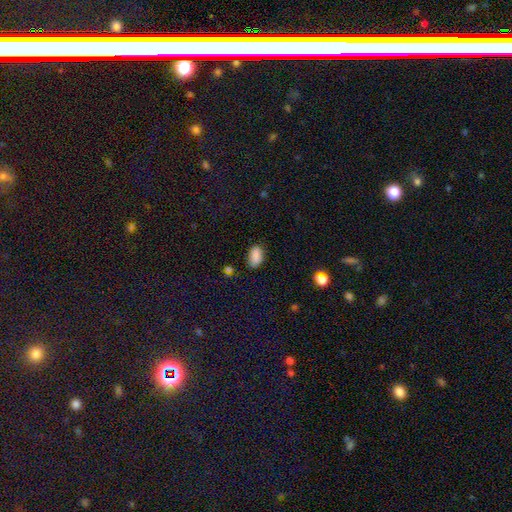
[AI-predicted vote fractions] Smooth or featured: smooth — 87% (star or artifact — 9%)
How rounded: in between — 92% (round — 6%)
Merging: none — 76% (minor disturbance — 18%)